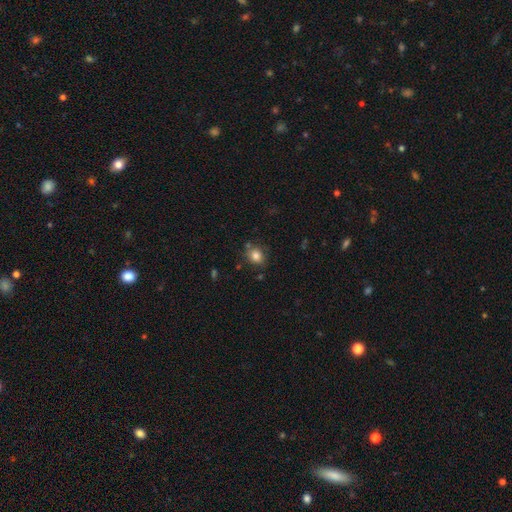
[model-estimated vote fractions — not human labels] Smooth or featured?
  - smooth: 81% *
  - star or artifact: 11%
  - featured or disk: 8%
How rounded?
  - round: 69% *
  - in between: 30%
  - cigar-shaped: 1%
Merging?
  - none: 78% *
  - minor disturbance: 14%
  - merger: 5%
  - major disturbance: 3%